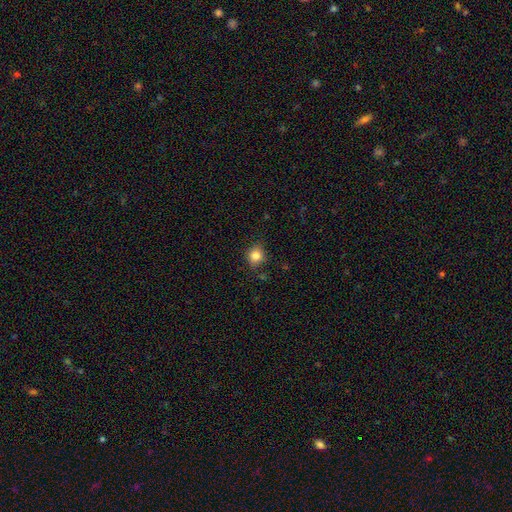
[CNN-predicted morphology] Smooth or featured: smooth — 82% (star or artifact — 11%)
How rounded: round — 78% (in between — 21%)
Merging: none — 83% (minor disturbance — 13%)